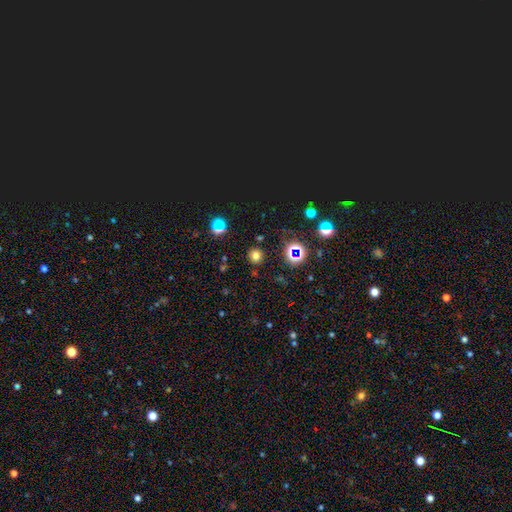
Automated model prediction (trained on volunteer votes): Smooth or featured? smooth (69%)
How rounded? round (89%)
Merging? none (87%)